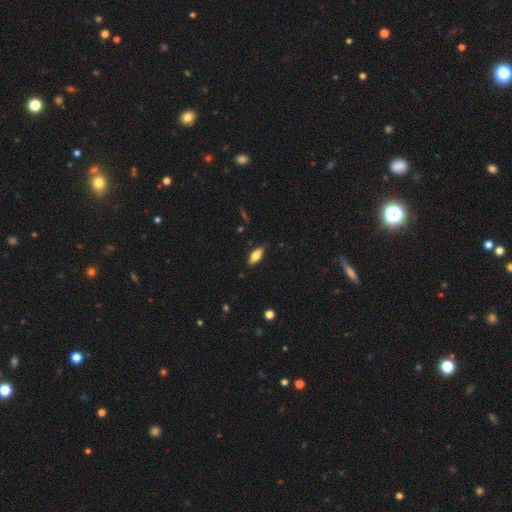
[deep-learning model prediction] Morphology: type=smooth (72%); roundness=in between (79%); merging=none (84%).